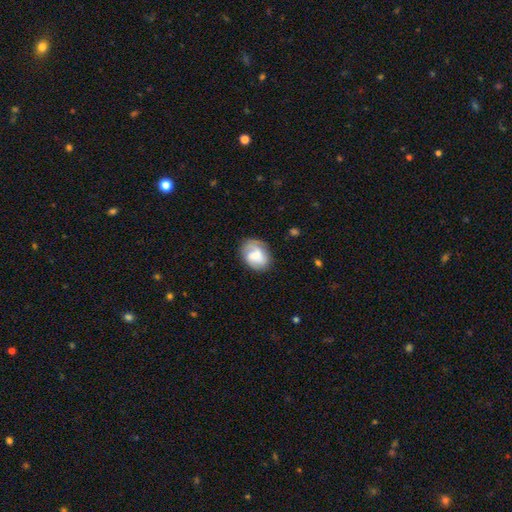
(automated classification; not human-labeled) This is possibly a smooth galaxy (57%). How rounded: likely in between (66%). Merging: likely none (61%).